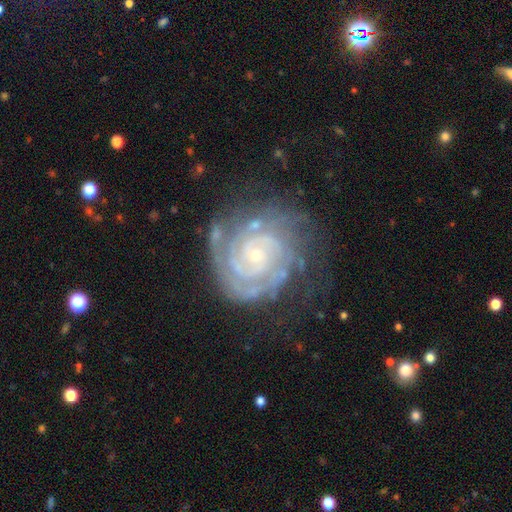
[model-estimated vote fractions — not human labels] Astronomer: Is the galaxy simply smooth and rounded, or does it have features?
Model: featured or disk — 91%.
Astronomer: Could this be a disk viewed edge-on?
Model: no — 98%.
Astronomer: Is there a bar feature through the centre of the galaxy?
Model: no — 71%.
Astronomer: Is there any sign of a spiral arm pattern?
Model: yes — 98%.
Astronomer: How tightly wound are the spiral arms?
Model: tight — 81%.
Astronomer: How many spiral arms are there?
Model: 2 — 41% (runner-up: 3, 22%).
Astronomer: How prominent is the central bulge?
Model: small — 81%.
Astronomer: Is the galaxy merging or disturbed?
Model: none — 68%.